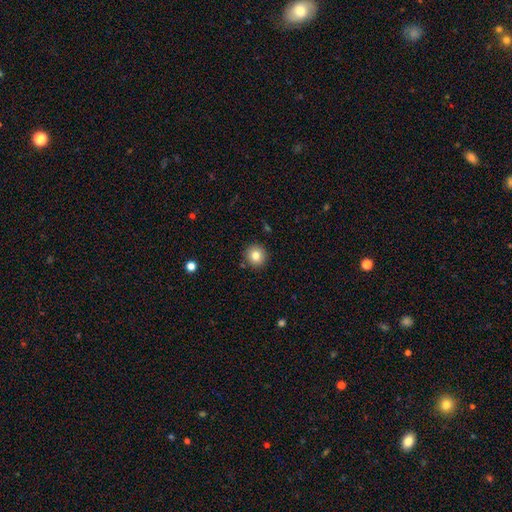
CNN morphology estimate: Q: Smooth or featured?
A: smooth (81%); runner-up: star or artifact (11%)
Q: How rounded?
A: round (93%); runner-up: in between (6%)
Q: Merging?
A: none (90%); runner-up: minor disturbance (6%)